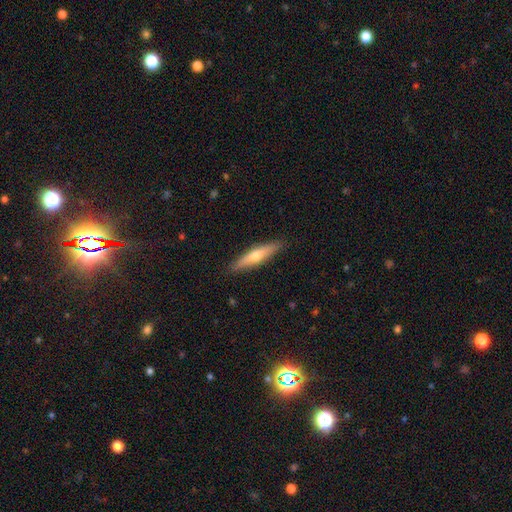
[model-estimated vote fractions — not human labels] Overall: featured or disk (48%; smooth 46%). Merging: none (90%).